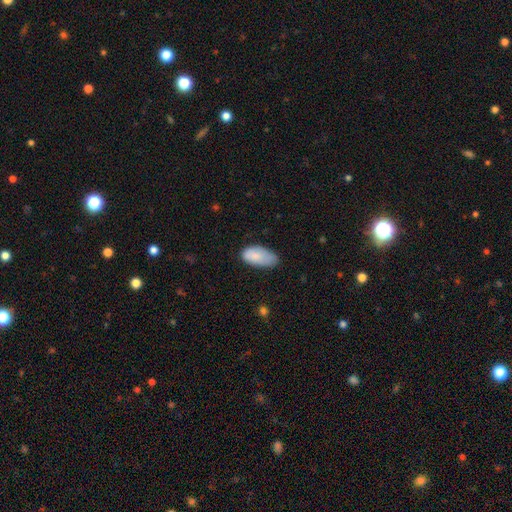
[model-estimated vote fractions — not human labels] Overall: smooth (84%). How rounded: in between (94%). Merging: none (49%; minor disturbance 40%).